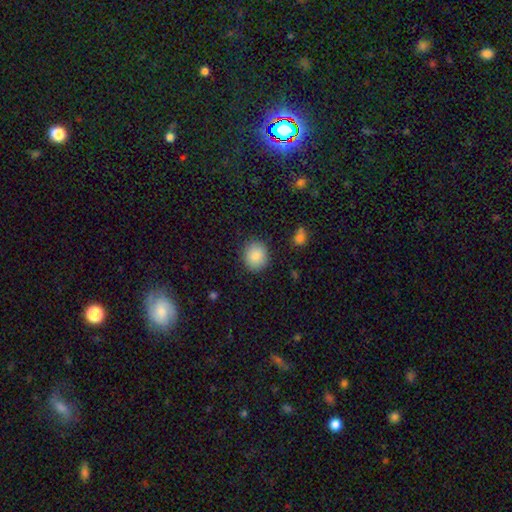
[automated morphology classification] Smooth or featured? smooth (87%)
How rounded? round (73%)
Merging? none (87%)